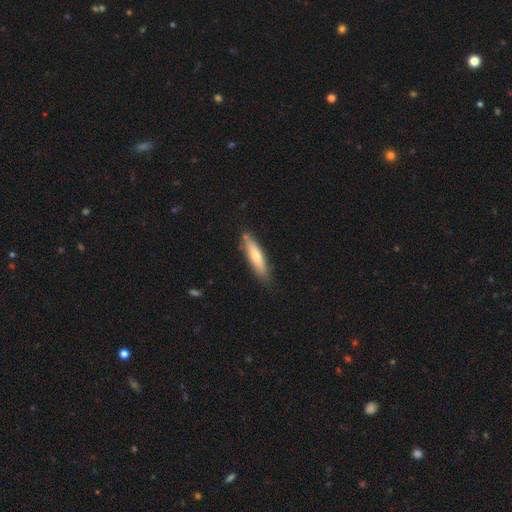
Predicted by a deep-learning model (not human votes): Smooth or featured? Predicted: smooth (p=0.61). How rounded? Predicted: cigar-shaped (p=0.77). Merging? Predicted: none (p=0.80).